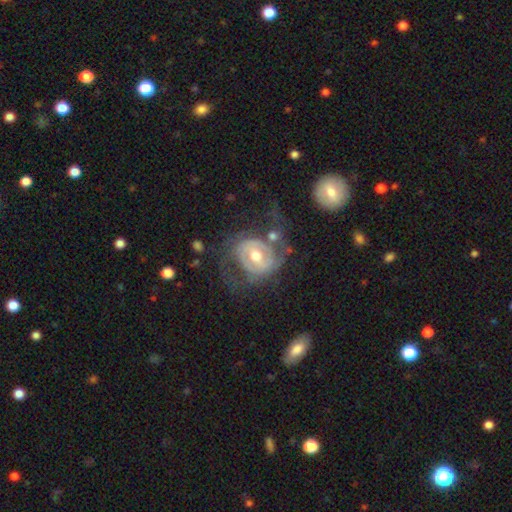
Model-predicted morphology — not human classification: Smooth or featured? Predicted: featured or disk (p=0.75). Edge-on disk? Predicted: no (p=0.96). Bar? Predicted: weak (p=0.40). Spiral arms? Predicted: yes (p=0.65). Bulge size? Predicted: moderate (p=0.75). Merging? Predicted: none (p=0.45).